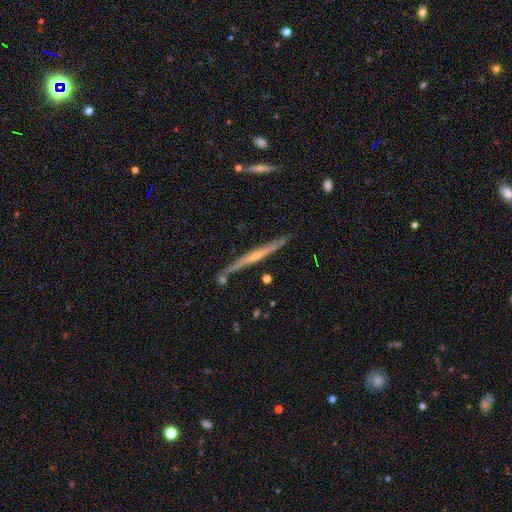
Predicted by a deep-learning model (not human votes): smooth_or_featured: featured or disk (p=0.75) [alt: smooth p=0.19]
disk_edge_on: yes (p=0.97) [alt: no p=0.03]
edge_on_bulge: rounded (p=0.60) [alt: none p=0.35]
merging: none (p=0.83) [alt: minor disturbance p=0.11]